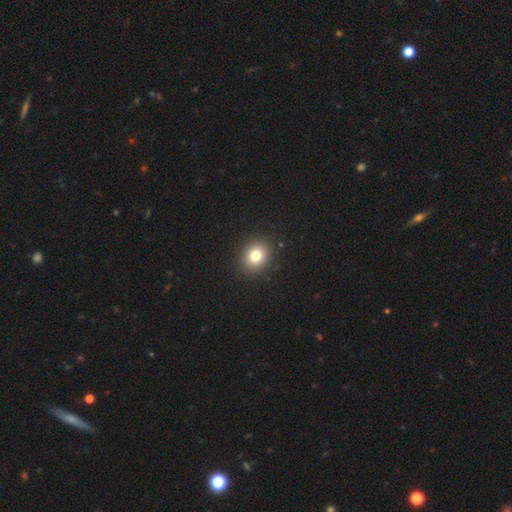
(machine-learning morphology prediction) Q: Smooth or featured?
A: smooth (79%); runner-up: star or artifact (12%)
Q: How rounded?
A: round (73%); runner-up: in between (26%)
Q: Merging?
A: none (91%); runner-up: minor disturbance (6%)